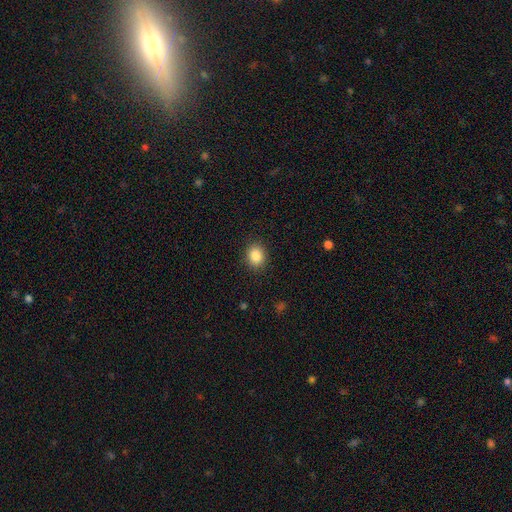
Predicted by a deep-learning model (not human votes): A smooth galaxy with no disk features (86%) that is round (60%). Merging: none (89%).